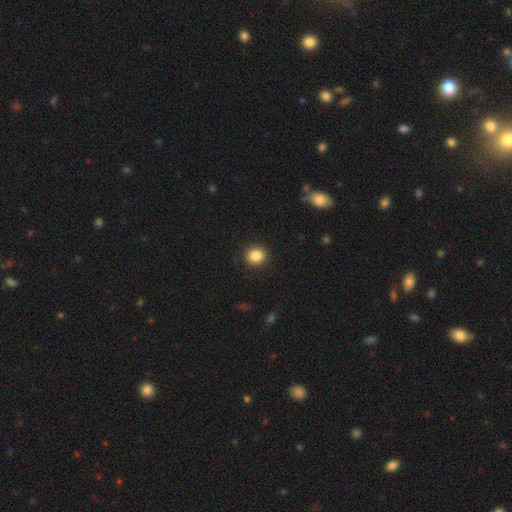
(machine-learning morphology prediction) Smooth or featured? Predicted: smooth (p=0.86). How rounded? Predicted: round (p=0.88). Merging? Predicted: none (p=0.91).